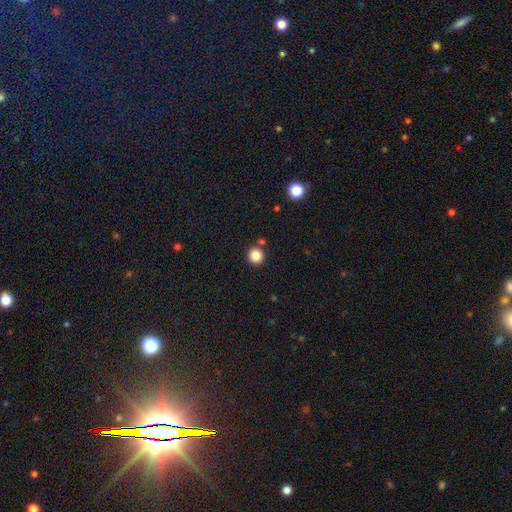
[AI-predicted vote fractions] Morphology: type=smooth (85%); roundness=round (95%); merging=none (84%).